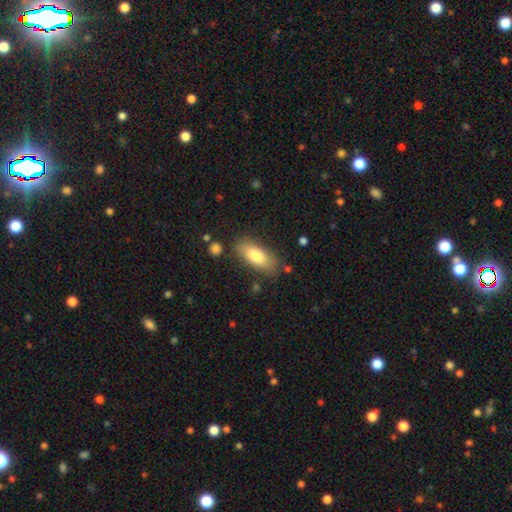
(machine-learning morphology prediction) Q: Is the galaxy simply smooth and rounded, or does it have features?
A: smooth — 78%.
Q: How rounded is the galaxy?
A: in between — 81%.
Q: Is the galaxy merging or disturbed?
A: none — 79%.